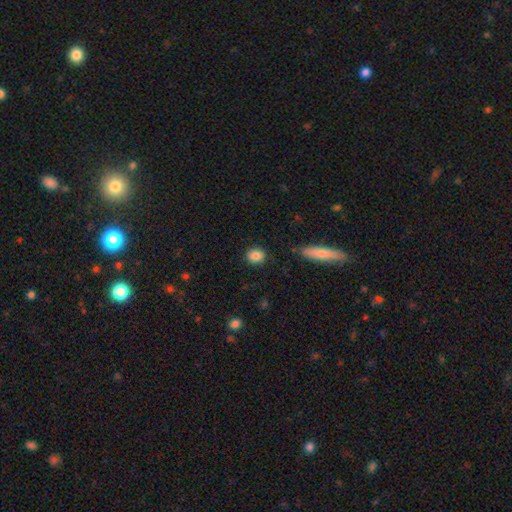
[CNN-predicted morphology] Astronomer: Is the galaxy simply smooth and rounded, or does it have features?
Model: smooth — 83%.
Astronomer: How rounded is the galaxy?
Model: round — 76%.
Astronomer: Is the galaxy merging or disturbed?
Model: none — 87%.